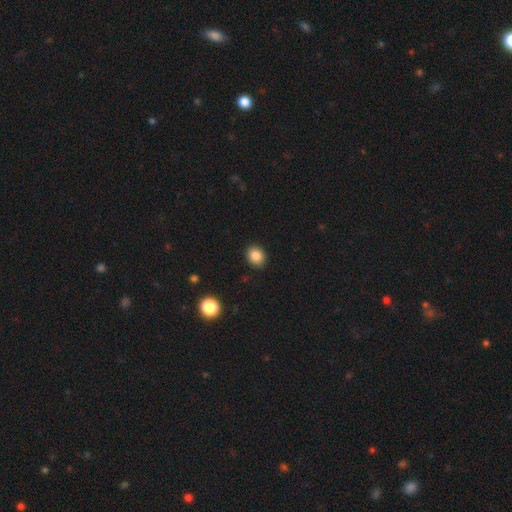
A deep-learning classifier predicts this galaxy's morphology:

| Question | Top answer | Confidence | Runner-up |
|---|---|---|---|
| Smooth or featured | smooth | 85% | star or artifact (10%) |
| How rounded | round | 59% | in between (40%) |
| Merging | none | 90% | minor disturbance (7%) |